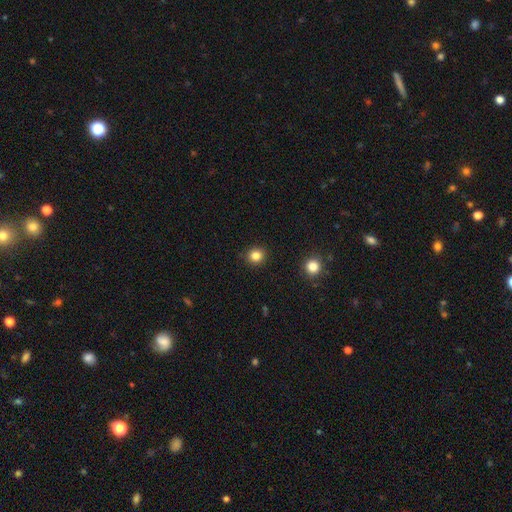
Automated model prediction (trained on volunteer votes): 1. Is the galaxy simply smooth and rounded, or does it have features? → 83% smooth, 13% star or artifact, 5% featured or disk.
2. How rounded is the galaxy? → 86% round, 13% in between, 1% cigar-shaped.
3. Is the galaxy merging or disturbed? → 91% none, 6% minor disturbance, 2% major disturbance, 1% merger.